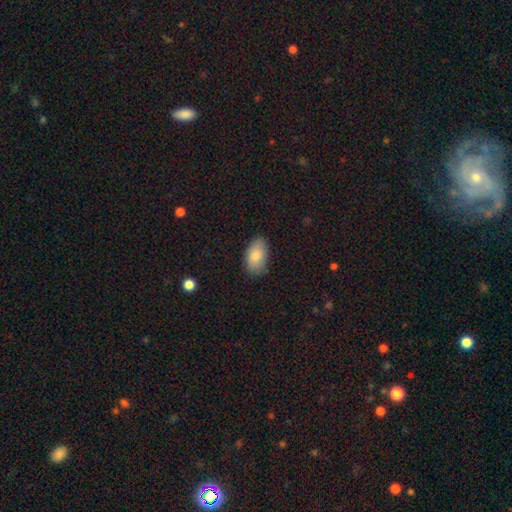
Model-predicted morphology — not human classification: The model was most divided on "merging": none: 82%, minor disturbance: 14%, major disturbance: 3%, merger: 1%. More confident: how rounded — in between (93%); smooth or featured — smooth (83%).